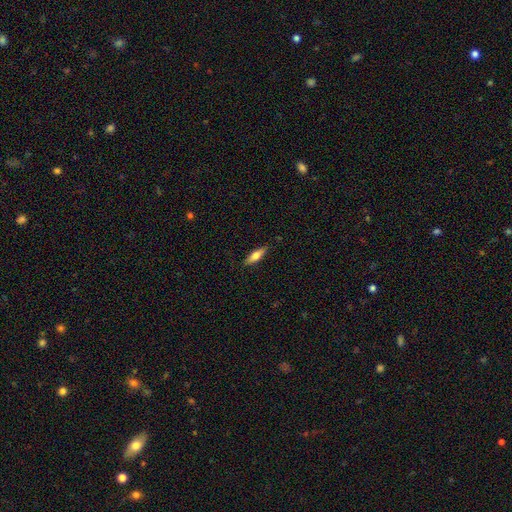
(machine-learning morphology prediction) A smooth galaxy with no disk features (60%) that is cigar-shaped (54%).

Vote fractions:
- Smooth or featured? smooth: 60% / featured or disk: 34% / star or artifact: 6%
- How rounded? cigar-shaped: 54% / in between: 43% / round: 2%
- Merging? none: 87% / minor disturbance: 10% / major disturbance: 2% / merger: 1%